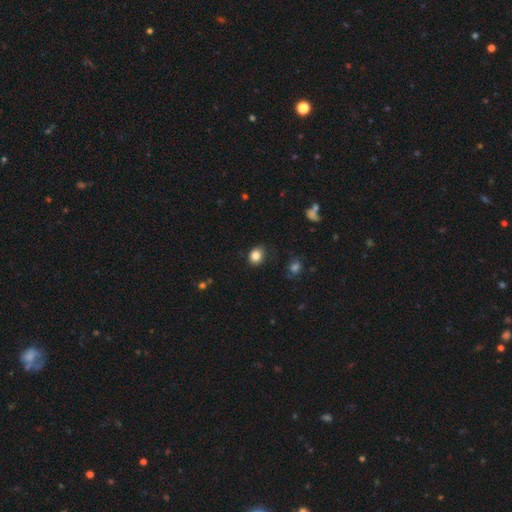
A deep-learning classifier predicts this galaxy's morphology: Smooth or featured? Predicted: smooth (p=0.83). How rounded? Predicted: round (p=0.55). Merging? Predicted: none (p=0.81).